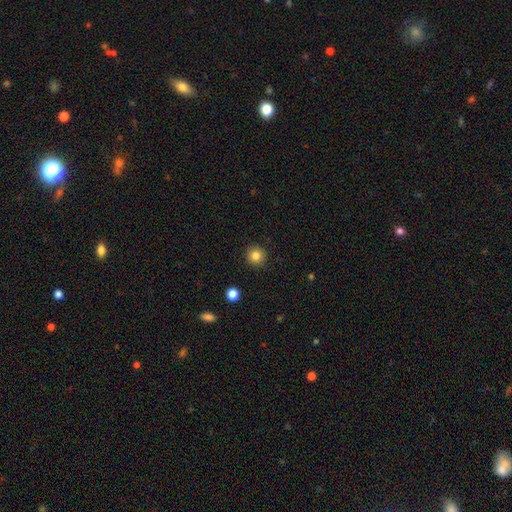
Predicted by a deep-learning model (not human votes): Smooth or featured? smooth (83%)
How rounded? round (95%)
Merging? none (92%)